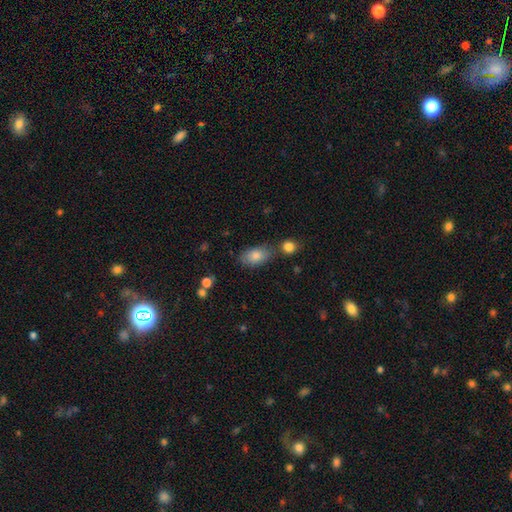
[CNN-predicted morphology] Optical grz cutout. It shows a smooth galaxy with no disk features (83%) that is in between round and cigar-shaped (89%). Merging: none (63%).